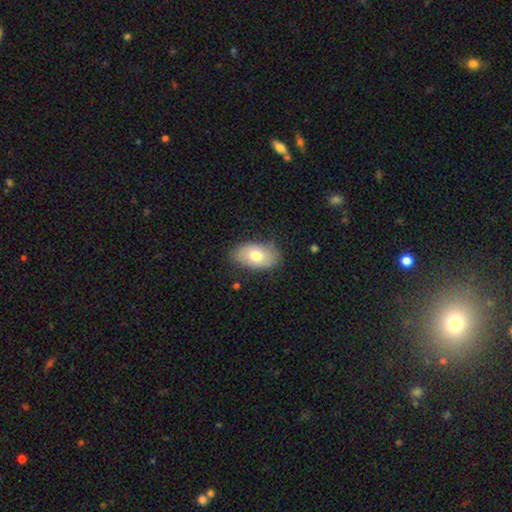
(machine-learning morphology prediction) Smooth or featured? Predicted: smooth (p=0.72). How rounded? Predicted: in between (p=0.92). Merging? Predicted: none (p=0.80).